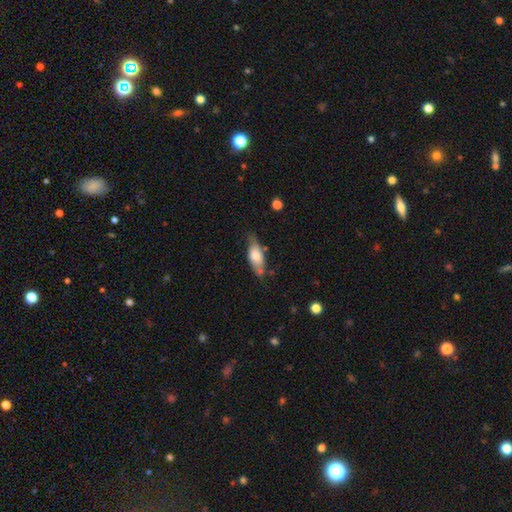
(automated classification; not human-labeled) Smooth or featured?
  - smooth: 66% *
  - featured or disk: 27%
  - star or artifact: 6%
How rounded?
  - in between: 74% *
  - cigar-shaped: 23%
  - round: 3%
Merging?
  - none: 59% *
  - minor disturbance: 28%
  - major disturbance: 7%
  - merger: 6%